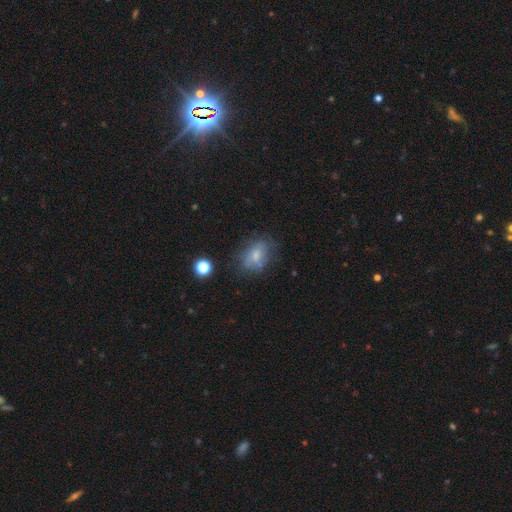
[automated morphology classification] Smooth or featured? Predicted: smooth (p=0.57). How rounded? Predicted: in between (p=0.77). Merging? Predicted: none (p=0.52).